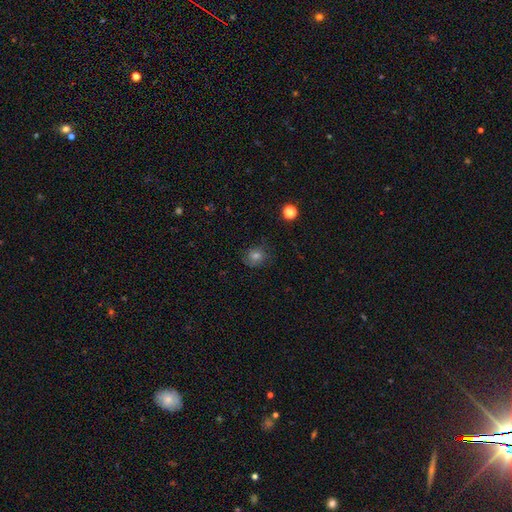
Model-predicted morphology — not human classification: A smooth galaxy with no disk features (59%) that is round (77%).

Vote fractions:
- Smooth or featured? smooth: 59% / star or artifact: 22% / featured or disk: 19%
- How rounded? round: 77% / in between: 22% / cigar-shaped: 1%
- Merging? none: 78% / minor disturbance: 15% / major disturbance: 5% / merger: 1%